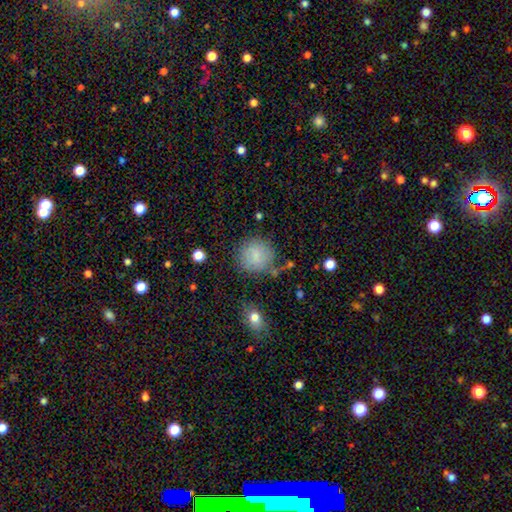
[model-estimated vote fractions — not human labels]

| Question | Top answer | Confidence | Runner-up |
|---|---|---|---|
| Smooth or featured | smooth | 82% | featured or disk (10%) |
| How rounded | round | 90% | in between (9%) |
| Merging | none | 74% | minor disturbance (15%) |